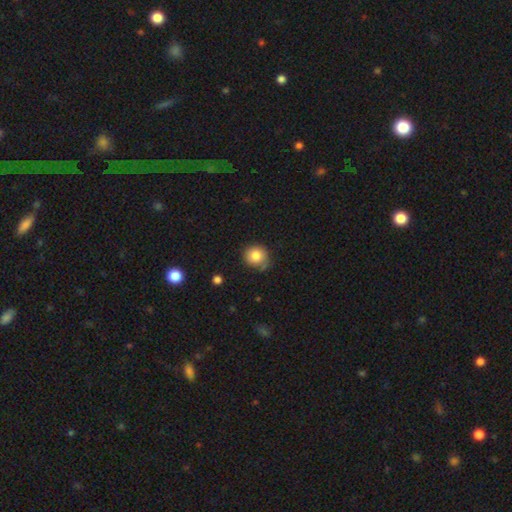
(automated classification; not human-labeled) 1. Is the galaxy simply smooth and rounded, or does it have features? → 82% smooth, 10% star or artifact, 8% featured or disk.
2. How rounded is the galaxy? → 89% round, 10% in between, 1% cigar-shaped.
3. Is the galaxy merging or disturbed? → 73% none, 19% minor disturbance, 4% major disturbance, 4% merger.